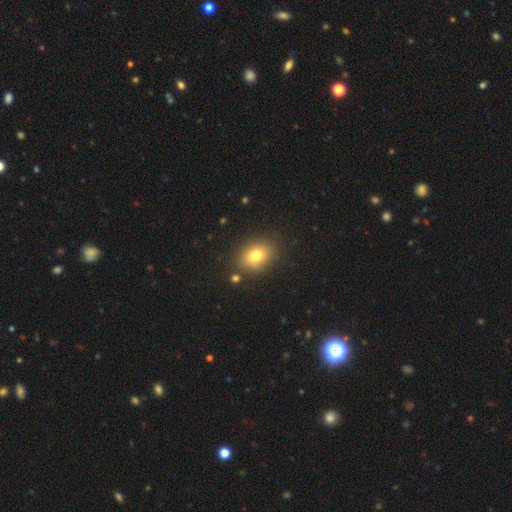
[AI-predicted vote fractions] Morphology: type=smooth (78%); roundness=in between (61%); merging=none (82%).